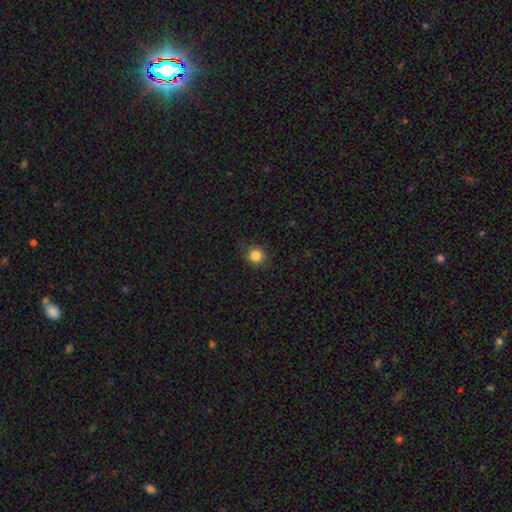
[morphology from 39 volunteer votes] smooth_or_featured: smooth (p=0.92) [alt: featured or disk p=0.05]
how_rounded: round (p=0.97) [alt: in between p=0.03]
merging: none (p=0.76) [alt: minor disturbance p=0.18]